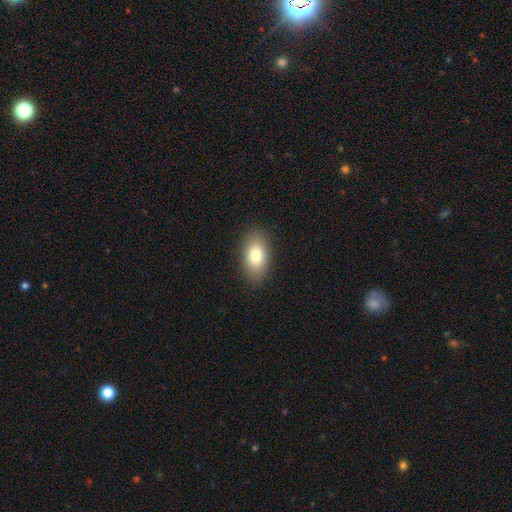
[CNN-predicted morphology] A smooth galaxy with no disk features (80%) that is in between round and cigar-shaped (92%). Merging: none (87%).